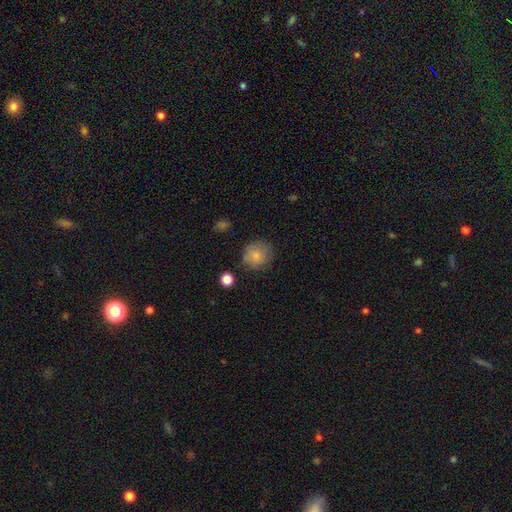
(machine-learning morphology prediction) Smooth or featured? smooth (82%)
How rounded? round (90%)
Merging? none (78%)